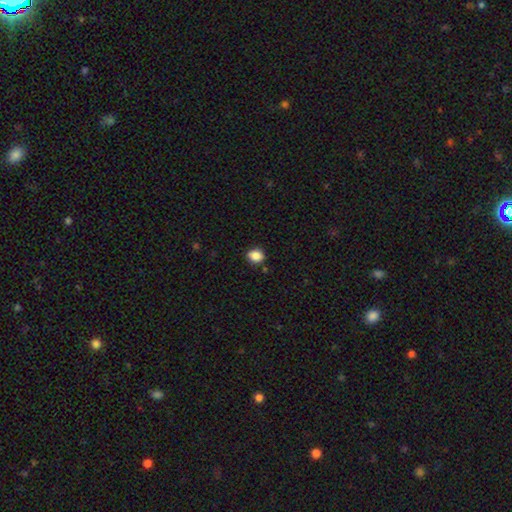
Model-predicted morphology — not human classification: smooth 86%, star or artifact 10%, featured or disk 4%. Down the decision tree: how rounded — round (58%); merging — none (86%).